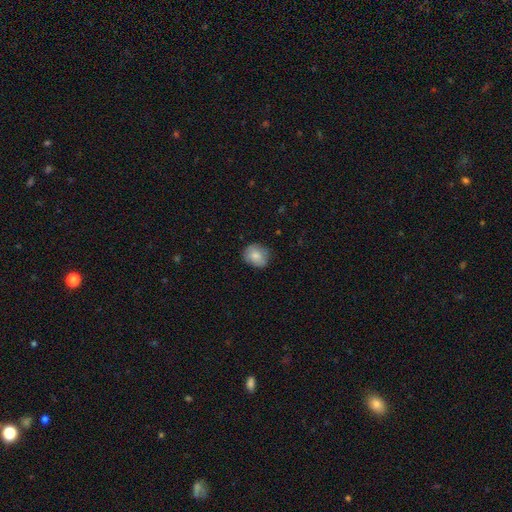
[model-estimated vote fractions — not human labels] A smooth galaxy with no disk features (81%) that is round (71%). Merging: none (76%).